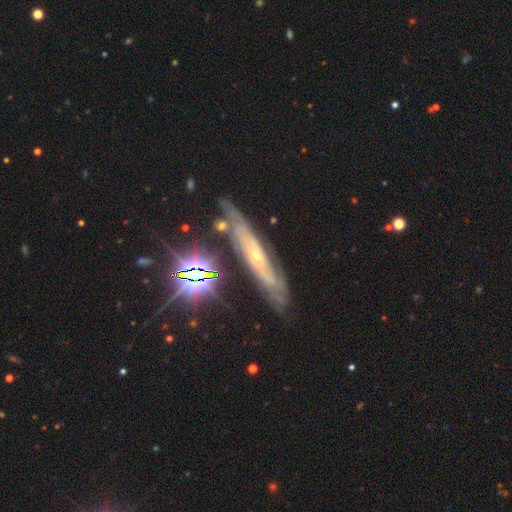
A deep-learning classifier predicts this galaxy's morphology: smooth_or_featured: featured or disk (p=0.72) [alt: star or artifact p=0.15]
disk_edge_on: no (p=0.55) [alt: yes p=0.45]
merging: none (p=0.74) [alt: minor disturbance p=0.18]